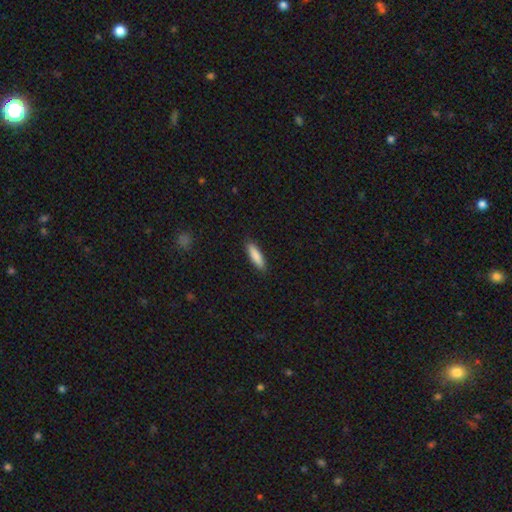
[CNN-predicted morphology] smooth-or-featured: smooth: 87% | featured or disk: 8% | star or artifact: 6%
  how-rounded: cigar-shaped: 63% | in between: 36% | round: 1%
  merging: none: 89% | minor disturbance: 9% | major disturbance: 2% | merger: 1%